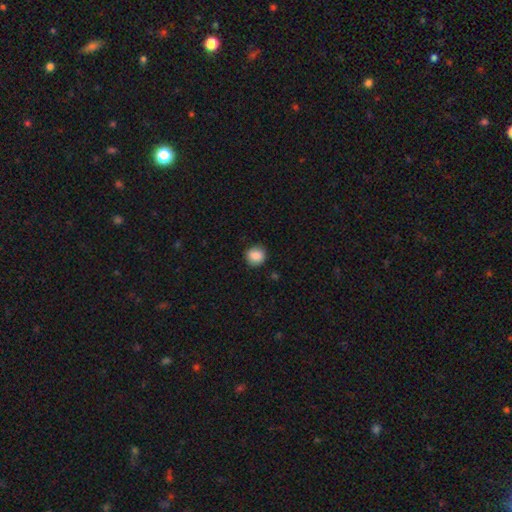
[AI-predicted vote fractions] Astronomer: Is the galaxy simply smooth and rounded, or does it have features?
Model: smooth — 87%.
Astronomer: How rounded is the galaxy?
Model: round — 84%.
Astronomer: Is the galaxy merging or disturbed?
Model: none — 87%.